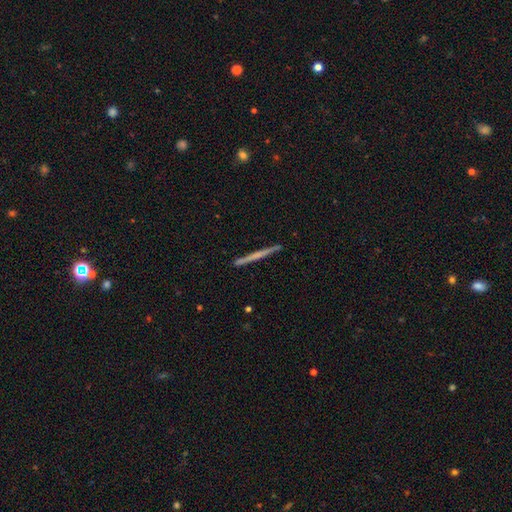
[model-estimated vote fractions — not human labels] Smooth or featured? featured or disk (55%)
Edge-on disk? yes (98%)
Edge-on bulge? none (78%)
Merging? none (91%)